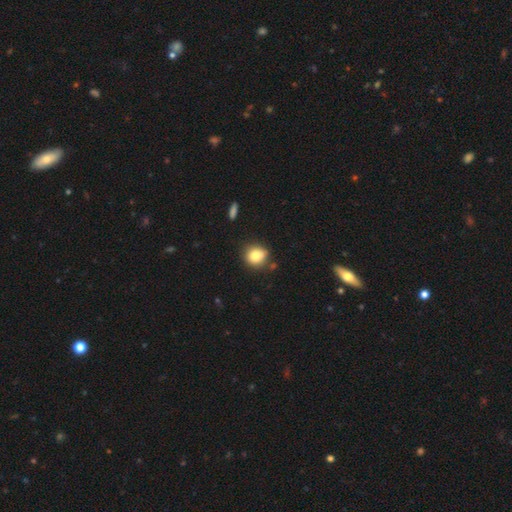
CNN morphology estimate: smooth-or-featured: smooth: 82% | star or artifact: 10% | featured or disk: 8%
  how-rounded: round: 84% | in between: 15% | cigar-shaped: 1%
  merging: none: 78% | minor disturbance: 15% | merger: 5% | major disturbance: 3%